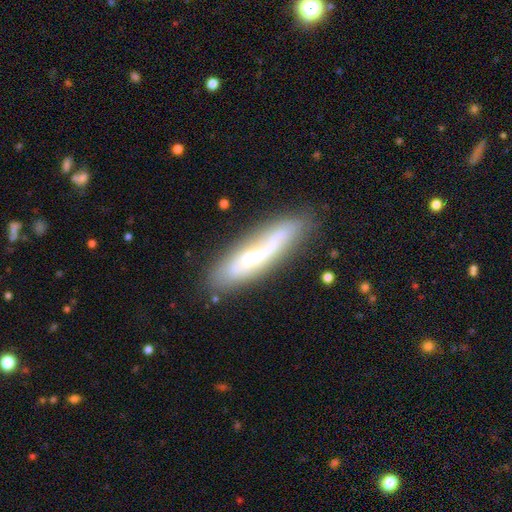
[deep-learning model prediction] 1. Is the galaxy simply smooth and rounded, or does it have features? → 51% featured or disk, 41% smooth, 8% star or artifact.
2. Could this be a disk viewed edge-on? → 60% no, 40% yes.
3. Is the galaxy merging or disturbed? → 64% none, 21% minor disturbance, 9% major disturbance, 7% merger.